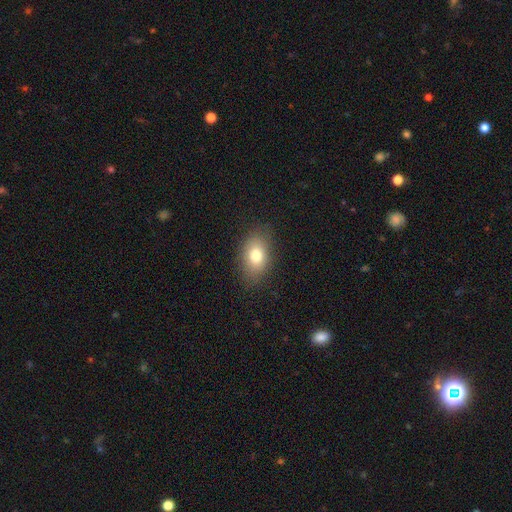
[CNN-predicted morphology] smooth 77%, featured or disk 13%, star or artifact 10%. Down the decision tree: how rounded — in between (82%); merging — none (84%).